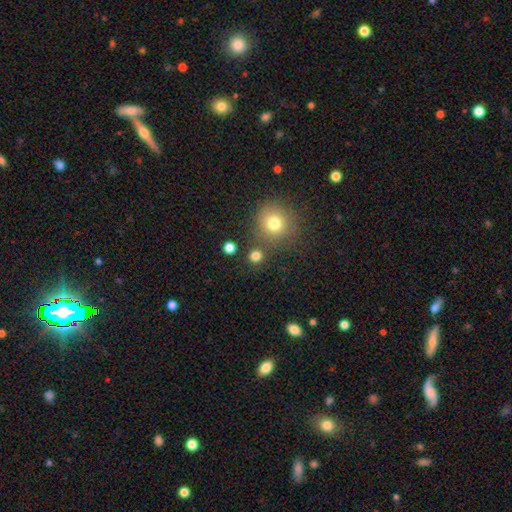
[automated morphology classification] smooth-or-featured: smooth: 79% | star or artifact: 16% | featured or disk: 5%
  how-rounded: round: 90% | in between: 9% | cigar-shaped: 1%
  merging: none: 79% | merger: 11% | minor disturbance: 7% | major disturbance: 3%